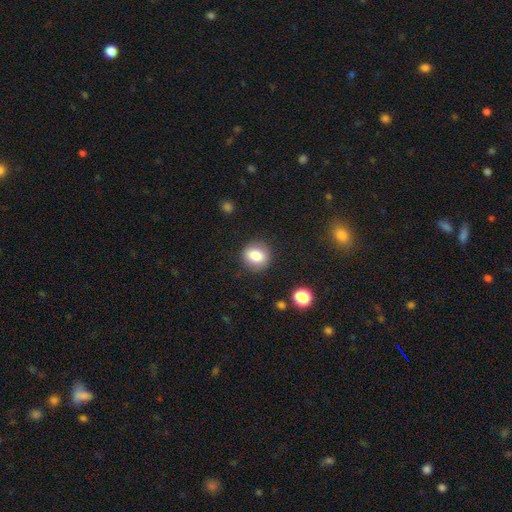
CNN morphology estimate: smooth-or-featured: smooth: 82% | star or artifact: 10% | featured or disk: 8%
  how-rounded: round: 81% | in between: 18% | cigar-shaped: 1%
  merging: none: 87% | minor disturbance: 9% | major disturbance: 3% | merger: 1%